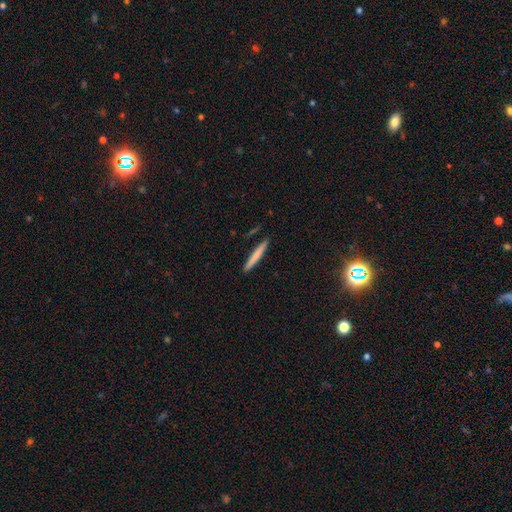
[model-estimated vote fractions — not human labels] Q: Smooth or featured?
A: smooth (72%); runner-up: featured or disk (23%)
Q: How rounded?
A: cigar-shaped (96%); runner-up: in between (3%)
Q: Merging?
A: none (90%); runner-up: minor disturbance (7%)